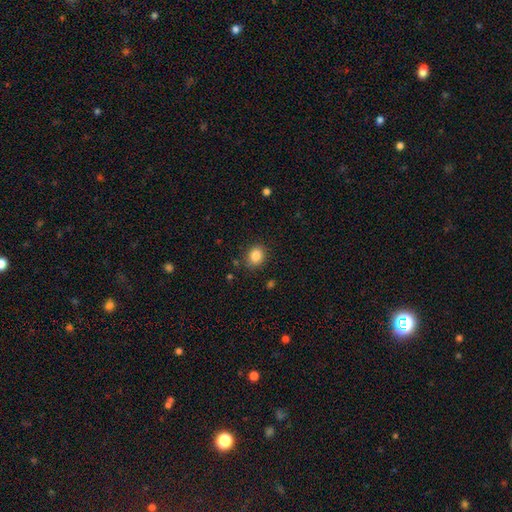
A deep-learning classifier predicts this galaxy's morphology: Overall: smooth (86%). How rounded: round (60%; in between 39%). Merging: none (85%).